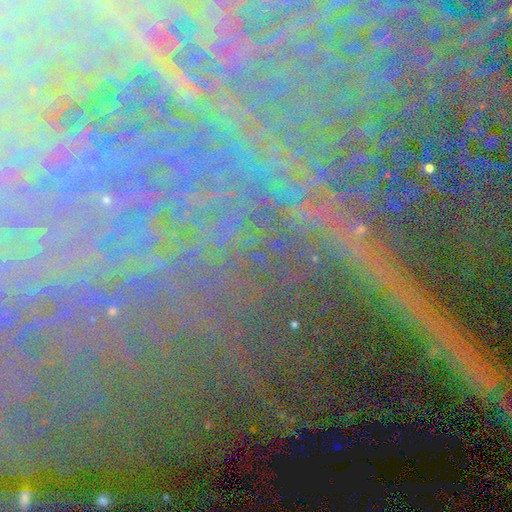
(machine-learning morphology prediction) star or artifact 74%, featured or disk 16%, smooth 10%.